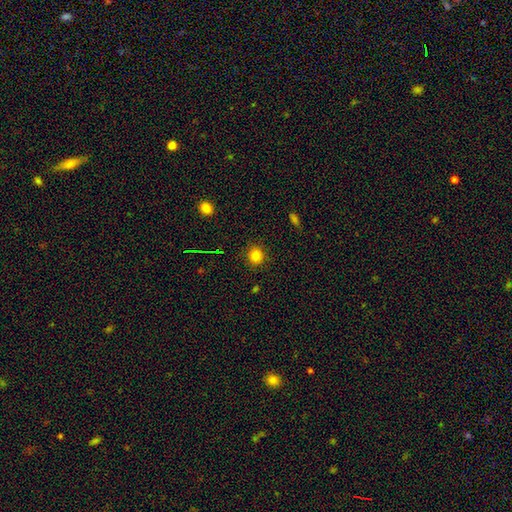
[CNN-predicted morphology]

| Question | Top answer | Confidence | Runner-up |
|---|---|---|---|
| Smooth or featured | smooth | 81% | star or artifact (13%) |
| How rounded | round | 86% | in between (13%) |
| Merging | none | 89% | minor disturbance (8%) |